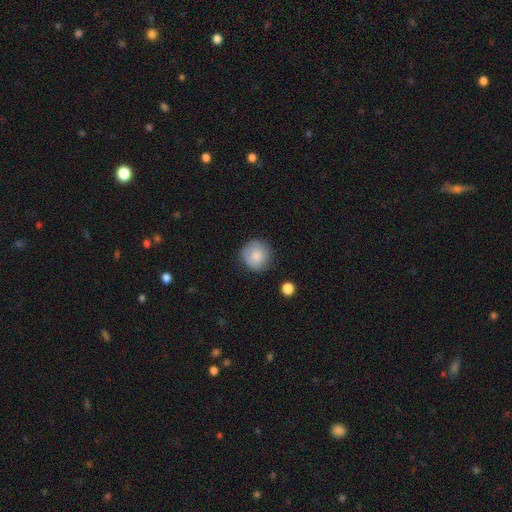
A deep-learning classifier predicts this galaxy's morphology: Smooth or featured?
  - smooth: 84% *
  - featured or disk: 8%
  - star or artifact: 8%
How rounded?
  - round: 94% *
  - in between: 5%
  - cigar-shaped: 1%
Merging?
  - none: 82% *
  - minor disturbance: 13%
  - major disturbance: 3%
  - merger: 2%